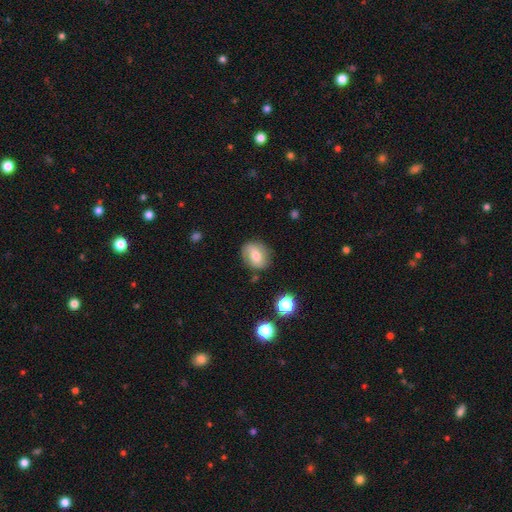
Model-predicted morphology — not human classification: Q: Smooth or featured?
A: smooth (66%); runner-up: featured or disk (24%)
Q: How rounded?
A: round (51%); runner-up: in between (47%)
Q: Merging?
A: none (80%); runner-up: minor disturbance (14%)